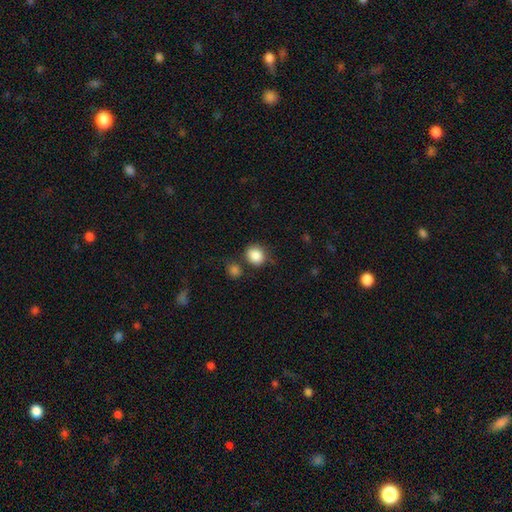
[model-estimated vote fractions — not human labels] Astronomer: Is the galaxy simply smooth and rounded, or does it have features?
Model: smooth — 88%.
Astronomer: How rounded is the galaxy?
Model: round — 76%.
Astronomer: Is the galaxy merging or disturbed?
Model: none — 71%.